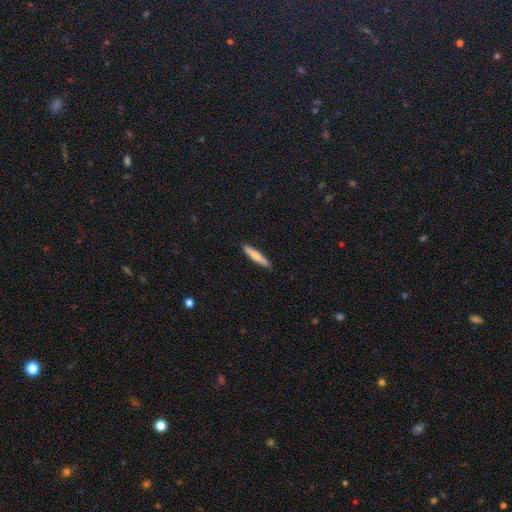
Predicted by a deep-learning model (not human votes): Smooth or featured: smooth — 70% (featured or disk — 25%)
How rounded: cigar-shaped — 91% (in between — 8%)
Merging: none — 89% (minor disturbance — 9%)